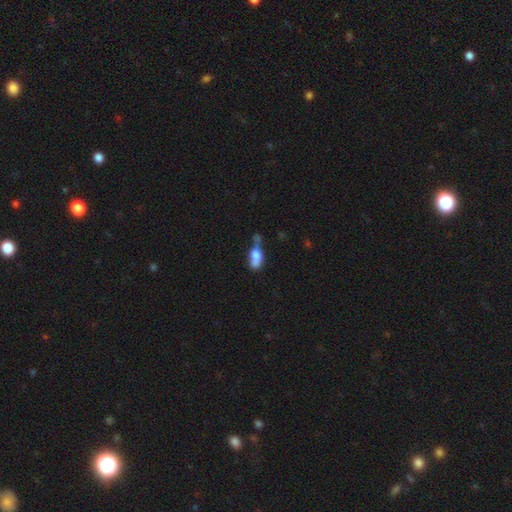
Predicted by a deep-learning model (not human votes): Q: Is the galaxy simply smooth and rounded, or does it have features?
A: smooth — 63%.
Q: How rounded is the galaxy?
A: in between — 72%.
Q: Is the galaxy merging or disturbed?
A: merger — 36%.